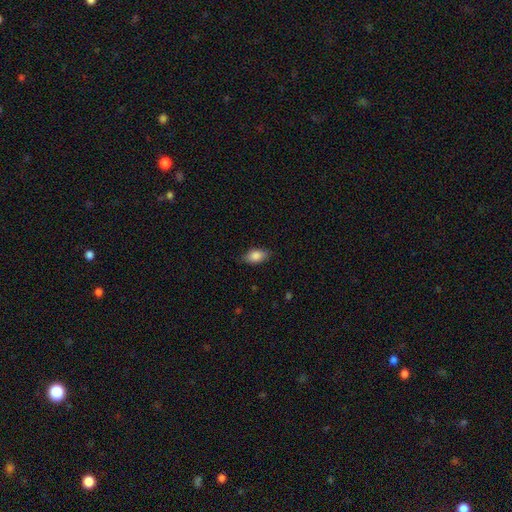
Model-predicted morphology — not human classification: The model was most divided on "merging": none: 82%, minor disturbance: 14%, major disturbance: 3%, merger: 1%. More confident: how rounded — in between (90%); smooth or featured — smooth (85%).